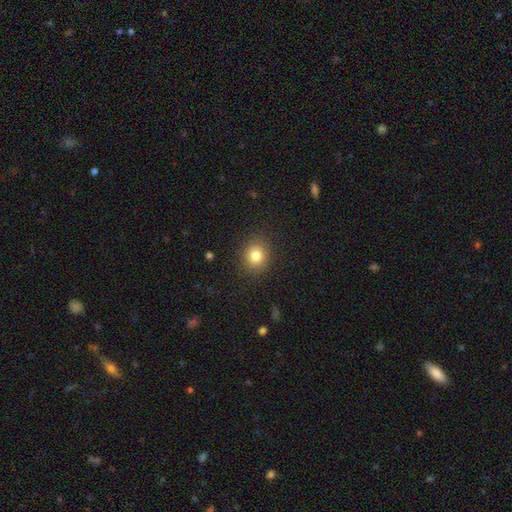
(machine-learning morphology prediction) smooth 81%, star or artifact 12%, featured or disk 7%. Down the decision tree: how rounded — round (79%); merging — none (89%).